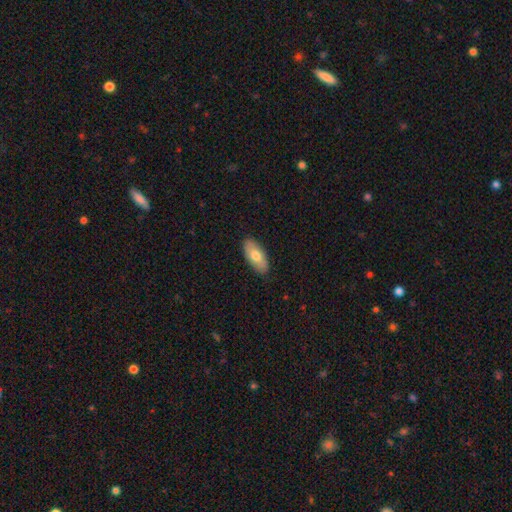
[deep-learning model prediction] This appears to be a smooth galaxy with no disk features (73%) that is in between round and cigar-shaped (91%). Merging: none (87%).